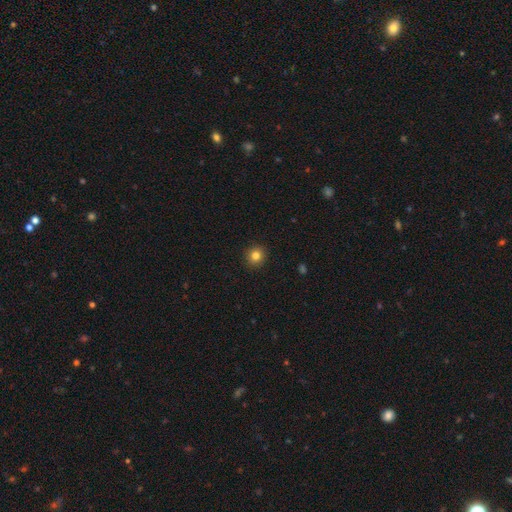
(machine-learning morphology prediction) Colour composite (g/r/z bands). It shows a smooth galaxy with no disk features (83%) that is round (93%). Merging: none (93%).